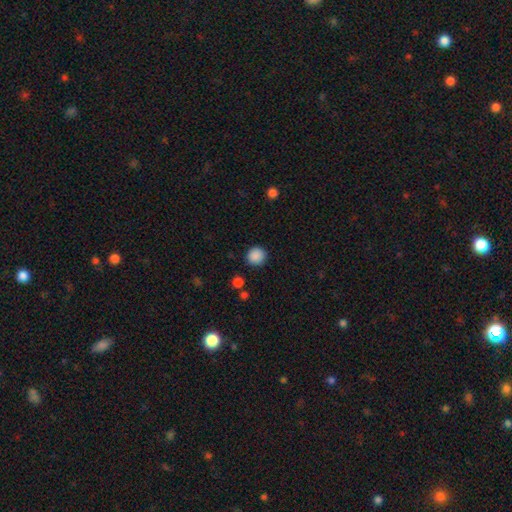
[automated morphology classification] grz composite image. It shows a smooth galaxy with no disk features (88%) that is round (92%). Merging: none (90%).